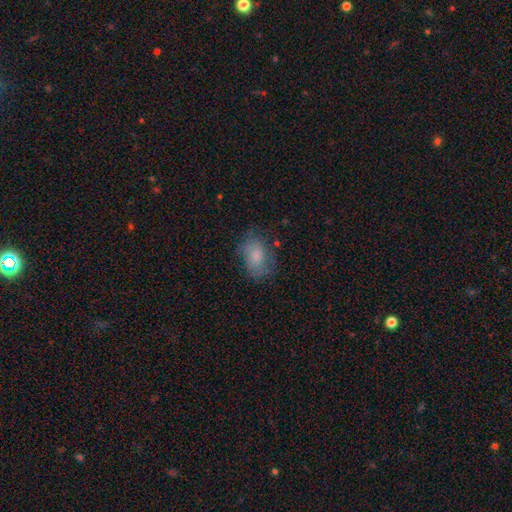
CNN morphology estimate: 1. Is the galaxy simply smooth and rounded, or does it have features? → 69% smooth, 22% featured or disk, 9% star or artifact.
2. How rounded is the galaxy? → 80% in between, 19% round, 1% cigar-shaped.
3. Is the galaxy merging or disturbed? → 63% none, 24% minor disturbance, 11% major disturbance, 2% merger.